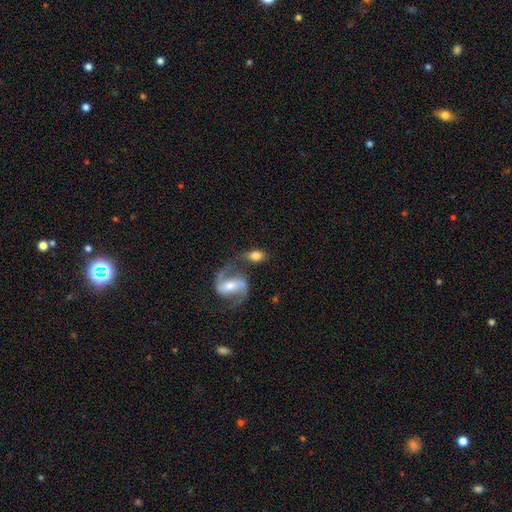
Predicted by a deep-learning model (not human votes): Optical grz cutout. It shows a smooth galaxy with no disk features (53%) that is in between round and cigar-shaped (82%). Merging: none (54%).